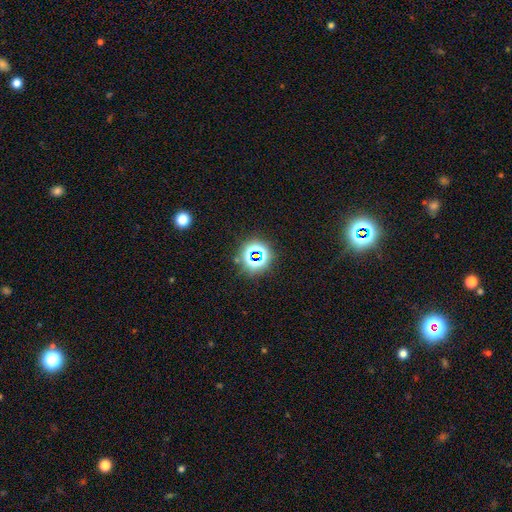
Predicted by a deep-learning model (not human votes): A star or artifact, not a galaxy (69%).